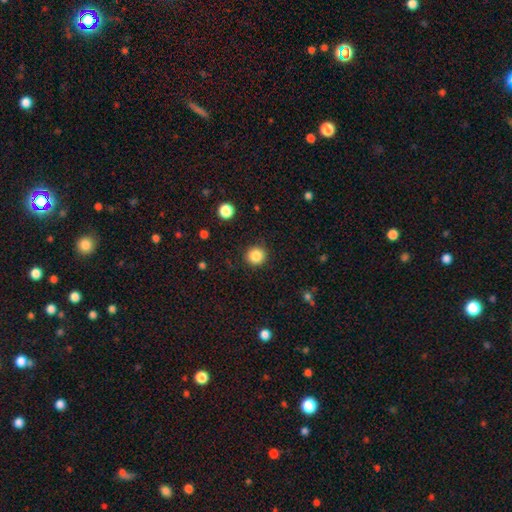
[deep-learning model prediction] Smooth or featured? Predicted: smooth (p=0.86). How rounded? Predicted: round (p=0.92). Merging? Predicted: none (p=0.90).